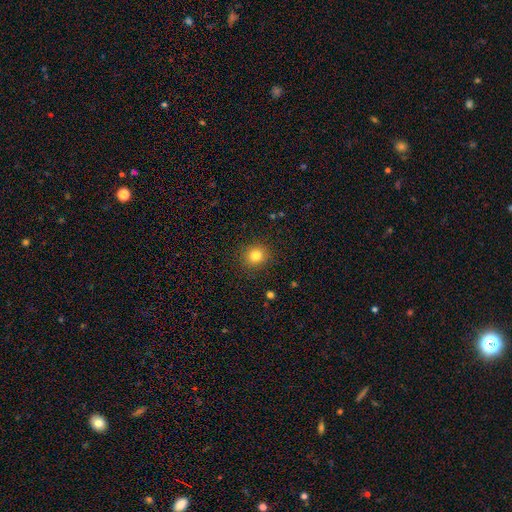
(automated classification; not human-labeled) The model was most divided on "smooth or featured": smooth: 82%, star or artifact: 12%, featured or disk: 6%. More confident: merging — none (90%); how rounded — round (87%).